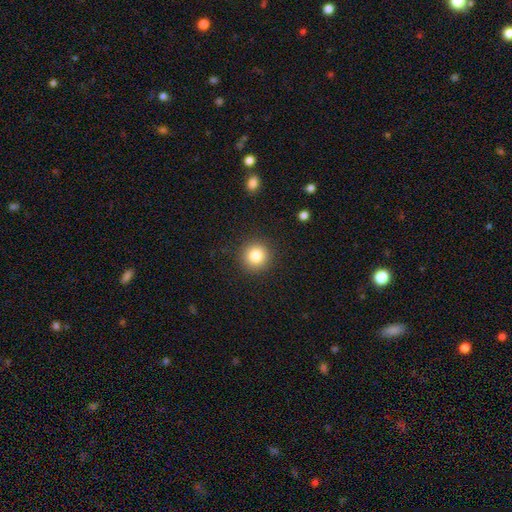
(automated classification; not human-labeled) Overall: smooth (82%). How rounded: round (94%). Merging: none (90%).